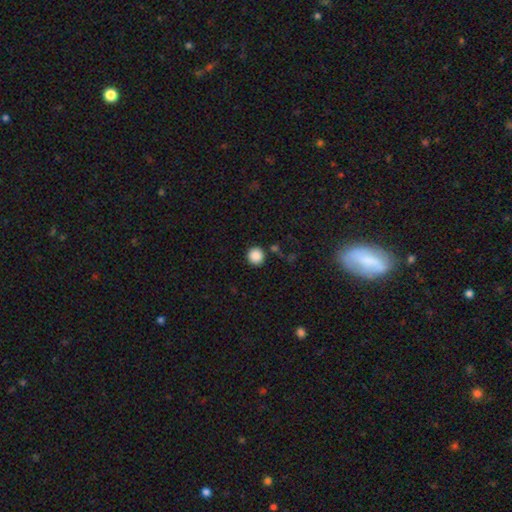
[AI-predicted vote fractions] Morphology: type=smooth (88%); roundness=round (94%); merging=none (88%).